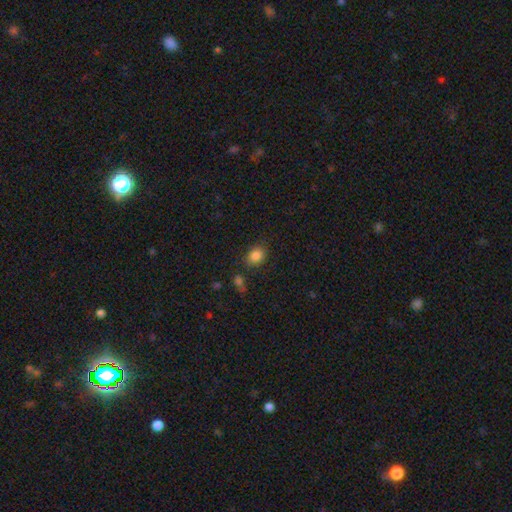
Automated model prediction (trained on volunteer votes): Smooth or featured? smooth (85%)
How rounded? in between (61%)
Merging? none (80%)